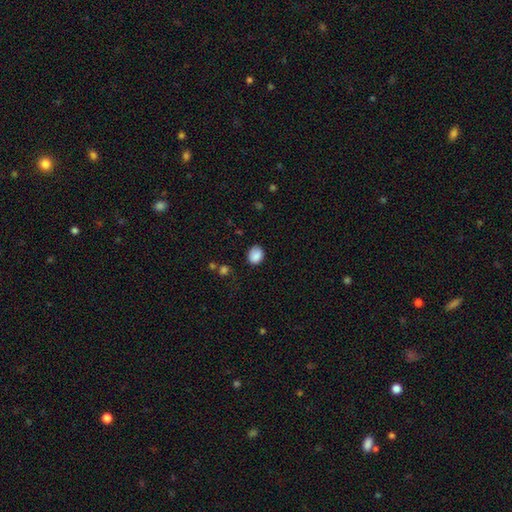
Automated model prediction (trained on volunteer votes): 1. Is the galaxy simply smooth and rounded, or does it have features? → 88% smooth, 8% star or artifact, 4% featured or disk.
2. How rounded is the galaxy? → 52% in between, 47% round, 1% cigar-shaped.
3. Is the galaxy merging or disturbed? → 78% none, 16% minor disturbance, 4% major disturbance, 2% merger.